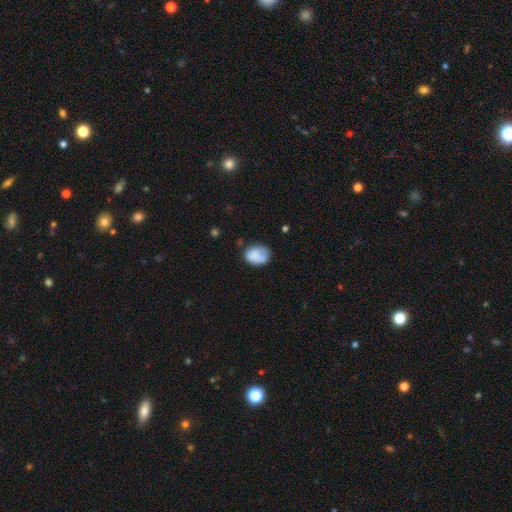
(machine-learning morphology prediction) type=smooth (79%); roundness=in between (61%); merging=none (58%).